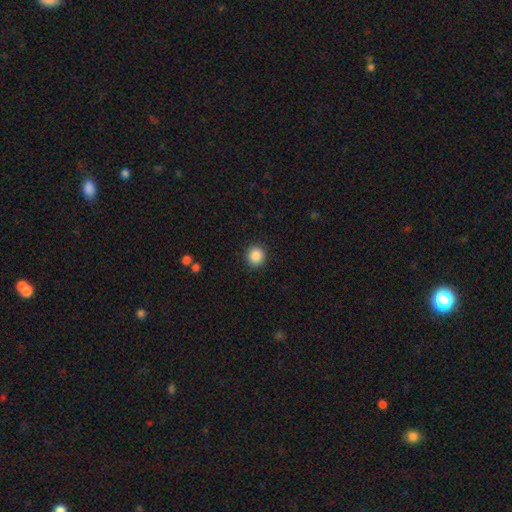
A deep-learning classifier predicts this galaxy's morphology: This appears to be a smooth galaxy with no disk features (88%) that is round (90%). Merging: none (91%).